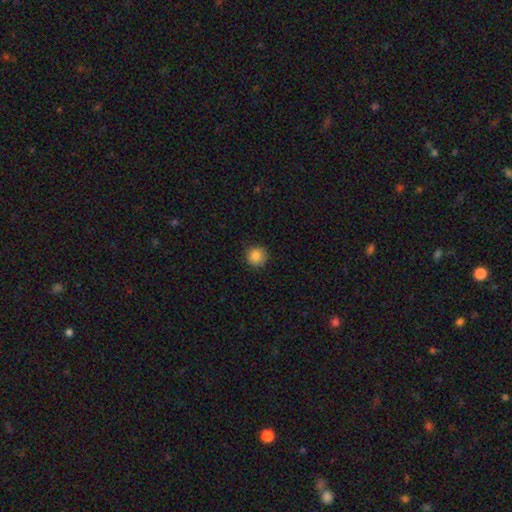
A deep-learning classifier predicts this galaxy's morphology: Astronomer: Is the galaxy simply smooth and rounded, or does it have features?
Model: smooth — 86%.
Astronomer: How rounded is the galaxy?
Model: round — 94%.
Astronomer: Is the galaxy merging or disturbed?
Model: none — 88%.